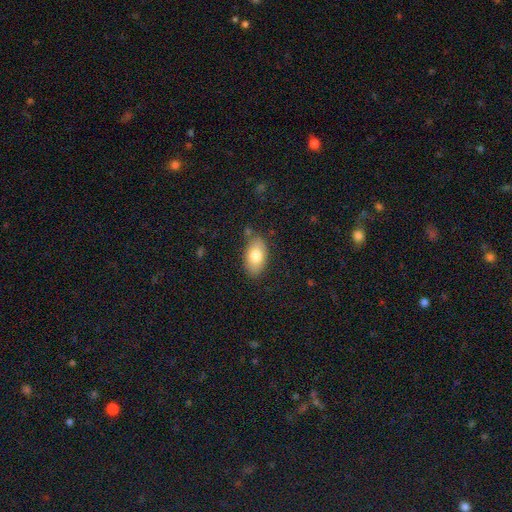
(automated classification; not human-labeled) smooth-or-featured: smooth: 80% | featured or disk: 13% | star or artifact: 6%
  how-rounded: in between: 93% | round: 4% | cigar-shaped: 2%
  merging: none: 77% | minor disturbance: 16% | major disturbance: 4% | merger: 3%